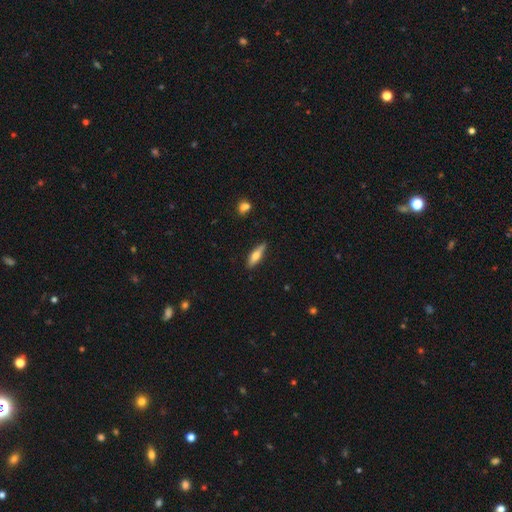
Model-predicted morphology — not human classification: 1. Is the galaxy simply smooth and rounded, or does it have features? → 62% smooth, 31% featured or disk, 6% star or artifact.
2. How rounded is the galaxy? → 61% cigar-shaped, 37% in between, 2% round.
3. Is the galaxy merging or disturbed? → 84% none, 12% minor disturbance, 2% major disturbance, 2% merger.